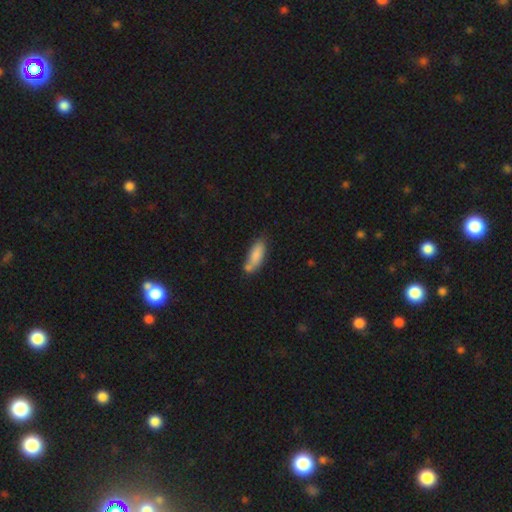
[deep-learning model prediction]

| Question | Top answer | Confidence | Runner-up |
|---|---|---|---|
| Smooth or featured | smooth | 82% | featured or disk (11%) |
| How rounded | in between | 65% | cigar-shaped (34%) |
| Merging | none | 54% | minor disturbance (23%) |